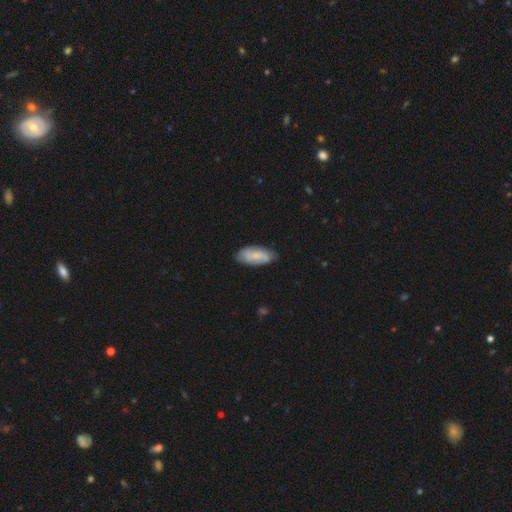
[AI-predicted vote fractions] smooth 60%, featured or disk 33%, star or artifact 6%. Down the decision tree: how rounded — in between (87%); merging — none (76%).